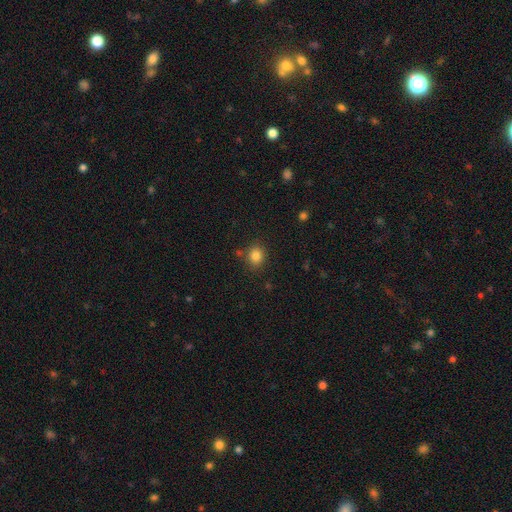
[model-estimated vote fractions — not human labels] Q: Smooth or featured?
A: smooth (83%); runner-up: star or artifact (12%)
Q: How rounded?
A: round (74%); runner-up: in between (25%)
Q: Merging?
A: none (81%); runner-up: minor disturbance (11%)